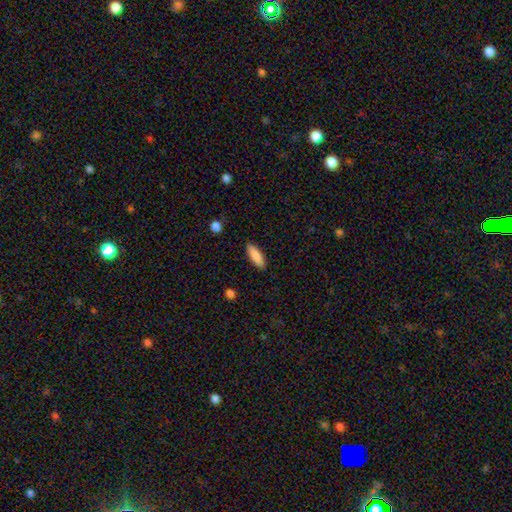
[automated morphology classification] Q: Smooth or featured?
A: smooth (86%); runner-up: featured or disk (8%)
Q: How rounded?
A: in between (55%); runner-up: cigar-shaped (44%)
Q: Merging?
A: none (89%); runner-up: minor disturbance (8%)